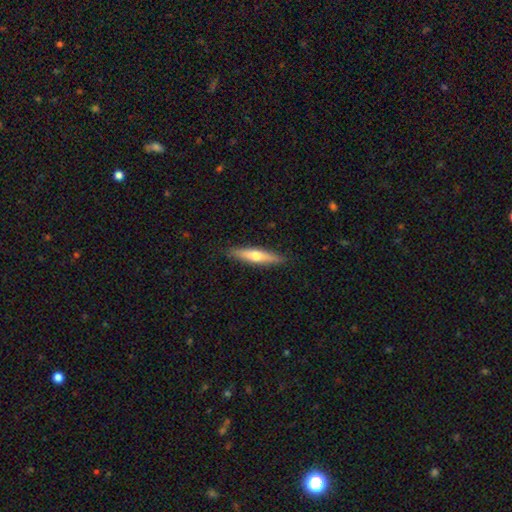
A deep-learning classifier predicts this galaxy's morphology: This appears to be a smooth galaxy with no disk features (49%). Merging: none (89%).